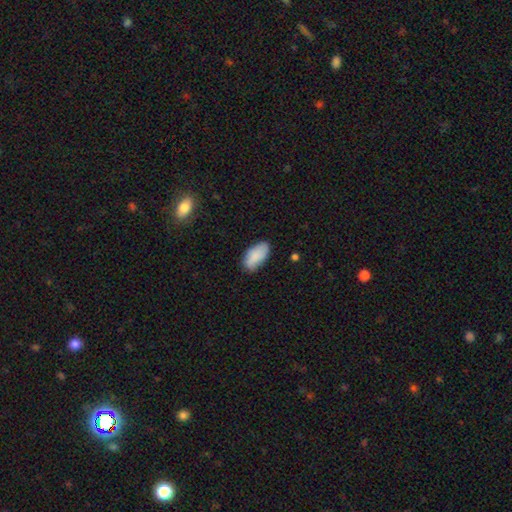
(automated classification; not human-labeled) Overall: smooth (85%). How rounded: in between (94%). Merging: none (74%).